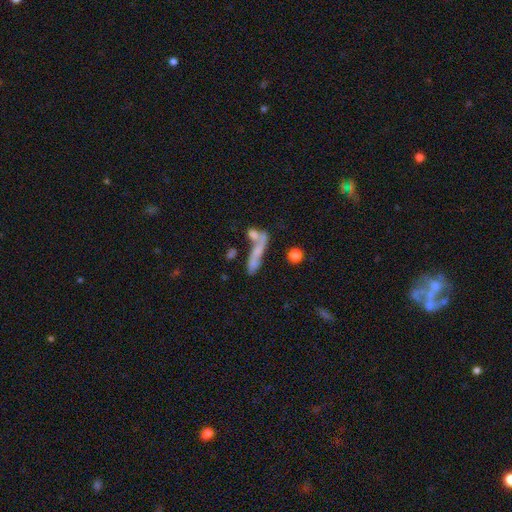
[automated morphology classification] Smooth or featured?
  - smooth: 57% *
  - featured or disk: 34%
  - star or artifact: 9%
How rounded?
  - cigar-shaped: 76% *
  - in between: 20%
  - round: 5%
Merging?
  - none: 39% *
  - merger: 33%
  - minor disturbance: 16%
  - major disturbance: 12%